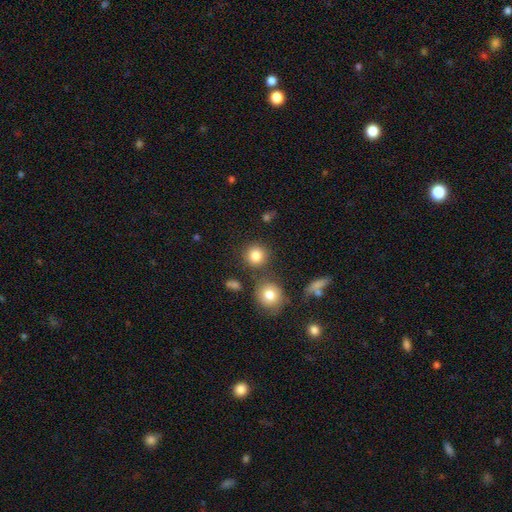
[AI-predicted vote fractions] A smooth galaxy with no disk features (83%) that is round (91%). Merging: none (79%).